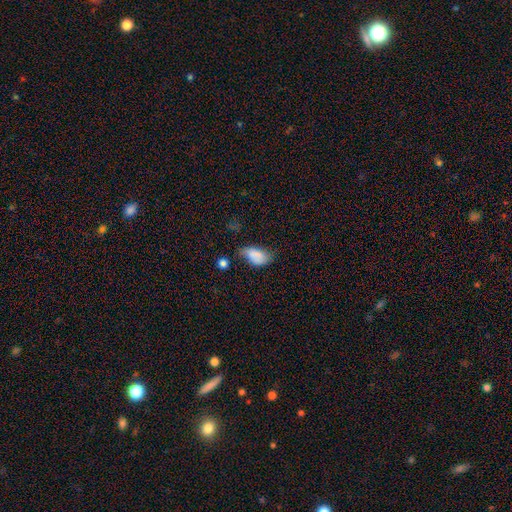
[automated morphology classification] Q: Smooth or featured?
A: smooth (80%); runner-up: featured or disk (12%)
Q: How rounded?
A: in between (92%); runner-up: round (6%)
Q: Merging?
A: minor disturbance (40%); runner-up: none (37%)